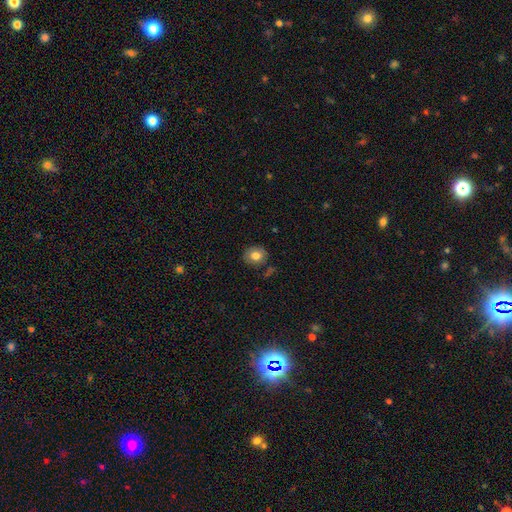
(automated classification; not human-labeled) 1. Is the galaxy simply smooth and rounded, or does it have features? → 76% smooth, 15% featured or disk, 9% star or artifact.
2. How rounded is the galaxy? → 70% round, 29% in between, 1% cigar-shaped.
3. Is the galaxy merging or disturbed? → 83% none, 12% minor disturbance, 3% major disturbance, 2% merger.